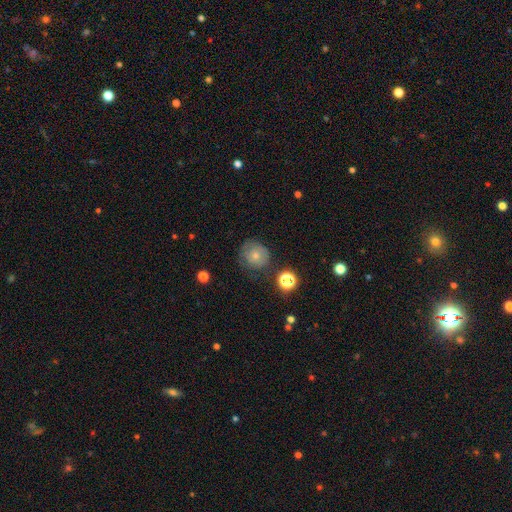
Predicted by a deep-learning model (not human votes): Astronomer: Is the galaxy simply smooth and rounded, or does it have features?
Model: smooth — 71%.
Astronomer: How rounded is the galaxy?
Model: round — 87%.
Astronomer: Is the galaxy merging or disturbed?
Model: none — 68%.